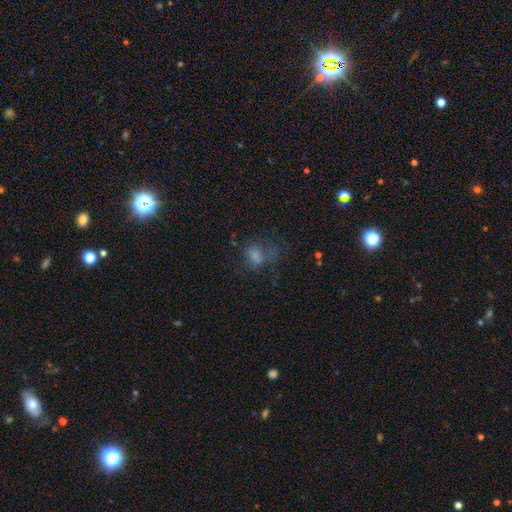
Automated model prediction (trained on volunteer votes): smooth 50%, star or artifact 30%, featured or disk 20%. Down the decision tree: how rounded — in between (58%); merging — none (44%).